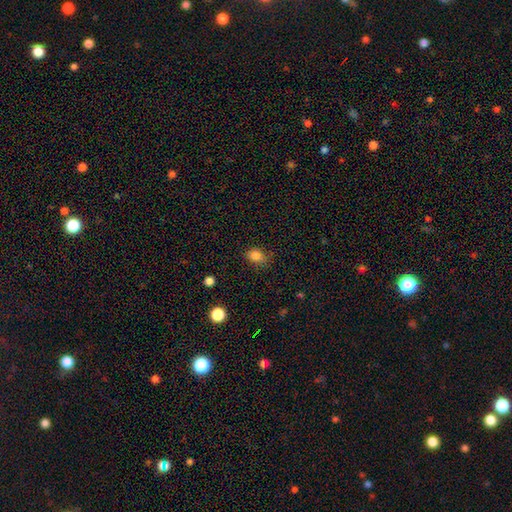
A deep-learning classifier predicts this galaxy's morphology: This is clearly a smooth galaxy (83%). How rounded: likely in between (68%). Merging: likely none (78%).